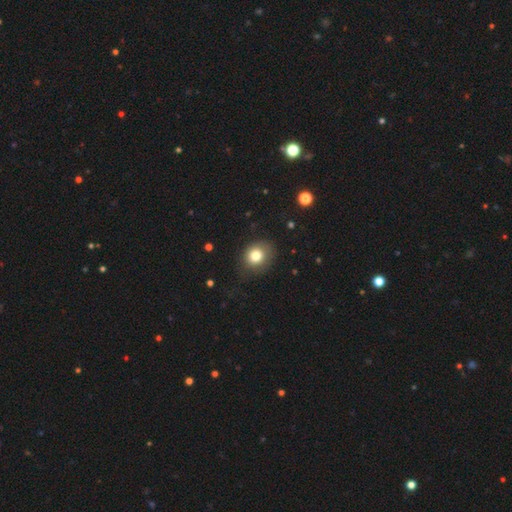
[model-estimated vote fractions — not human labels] smooth-or-featured: smooth: 79% | star or artifact: 11% | featured or disk: 11%
  how-rounded: round: 65% | in between: 34% | cigar-shaped: 1%
  merging: none: 74% | minor disturbance: 19% | major disturbance: 6% | merger: 1%